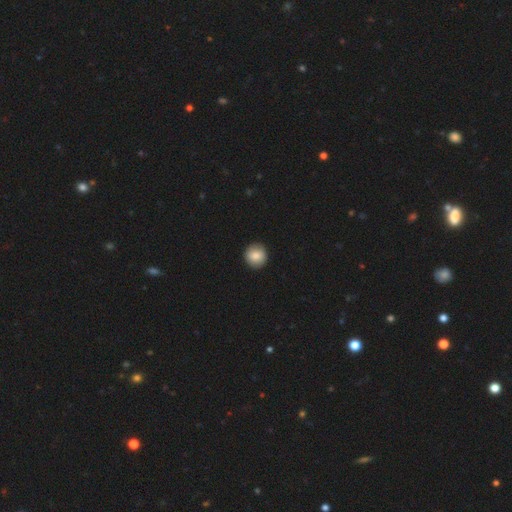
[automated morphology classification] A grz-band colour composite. It shows a smooth galaxy with no disk features (85%) that is round (92%). Merging: none (91%).